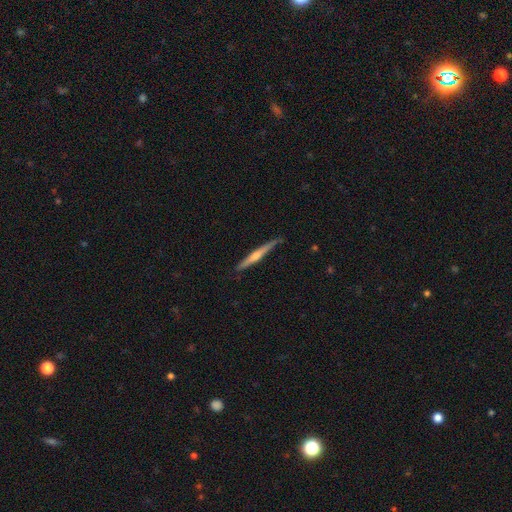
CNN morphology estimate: Smooth or featured: featured or disk — 61% (smooth — 33%)
Edge-on disk: yes — 97% (no — 3%)
Edge-on bulge: rounded — 75% (none — 19%)
Merging: none — 83% (minor disturbance — 13%)